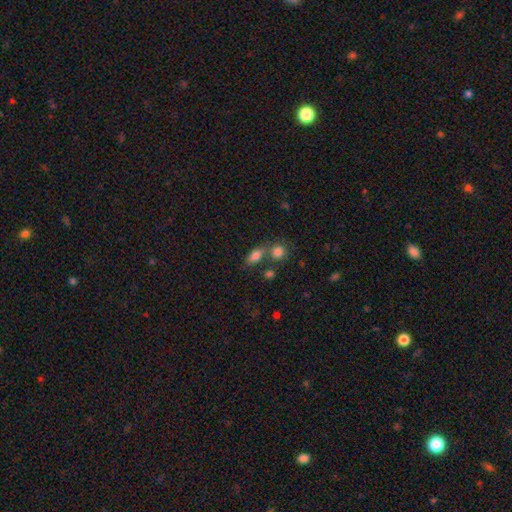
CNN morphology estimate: Smooth or featured?
  - smooth: 80% *
  - star or artifact: 10%
  - featured or disk: 10%
How rounded?
  - in between: 82% *
  - round: 10%
  - cigar-shaped: 8%
Merging?
  - none: 53% *
  - merger: 29%
  - minor disturbance: 13%
  - major disturbance: 5%